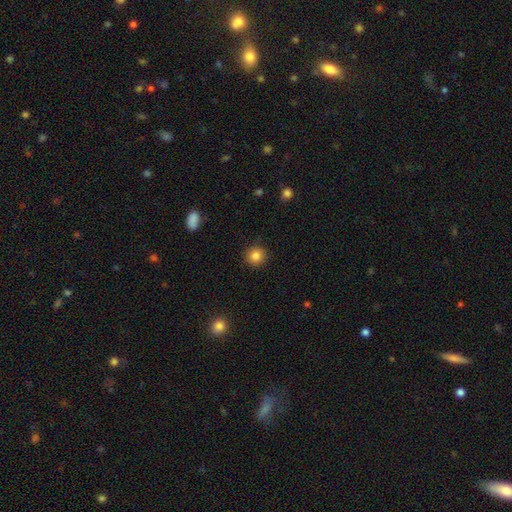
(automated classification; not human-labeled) Smooth or featured?
  - smooth: 85% *
  - star or artifact: 10%
  - featured or disk: 5%
How rounded?
  - round: 93% *
  - in between: 6%
  - cigar-shaped: 1%
Merging?
  - none: 91% *
  - minor disturbance: 6%
  - major disturbance: 2%
  - merger: 1%